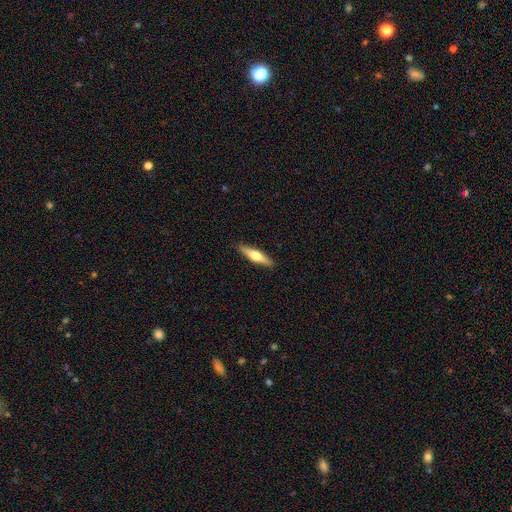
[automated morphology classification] The model was most divided on "smooth or featured": featured or disk: 50%, smooth: 45%, star or artifact: 5%. More confident: merging — none (91%).